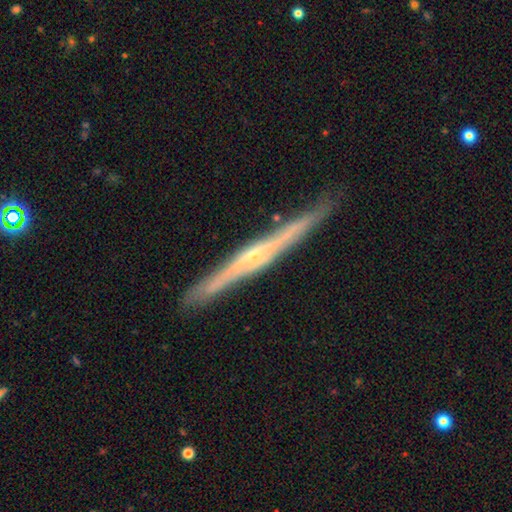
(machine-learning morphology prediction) This appears to be a featured or disk galaxy (82%) viewed edge-on (98%) with a rounded central bulge (70%). Merging: none (89%).